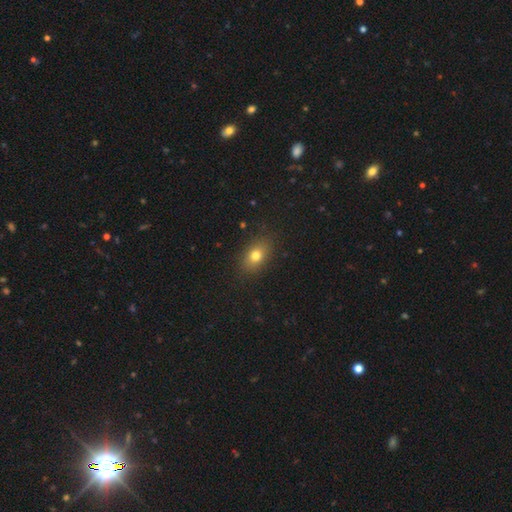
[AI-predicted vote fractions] smooth-or-featured: smooth: 76% | featured or disk: 13% | star or artifact: 11%
  how-rounded: in between: 77% | round: 20% | cigar-shaped: 3%
  merging: none: 85% | minor disturbance: 11% | major disturbance: 3% | merger: 1%